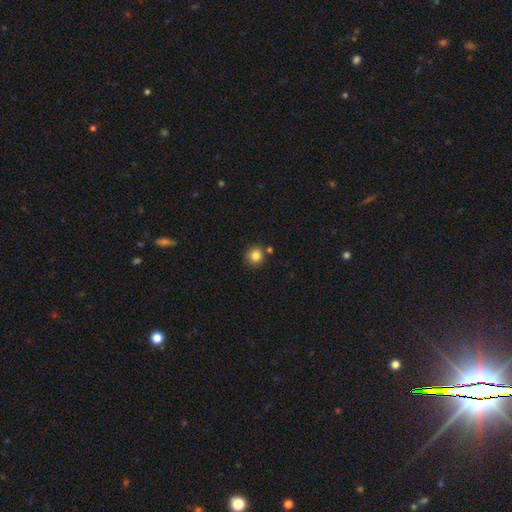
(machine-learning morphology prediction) Smooth or featured?
  - smooth: 84% *
  - star or artifact: 11%
  - featured or disk: 5%
How rounded?
  - round: 91% *
  - in between: 8%
  - cigar-shaped: 1%
Merging?
  - none: 79% *
  - minor disturbance: 9%
  - merger: 9%
  - major disturbance: 2%